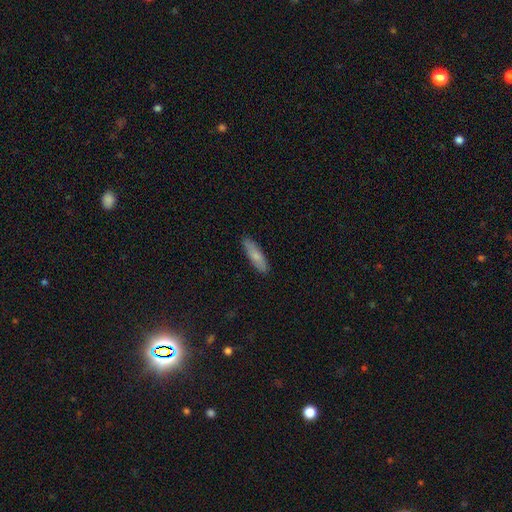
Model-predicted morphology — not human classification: Overall: smooth (75%). How rounded: cigar-shaped (63%; in between 36%). Merging: none (88%).